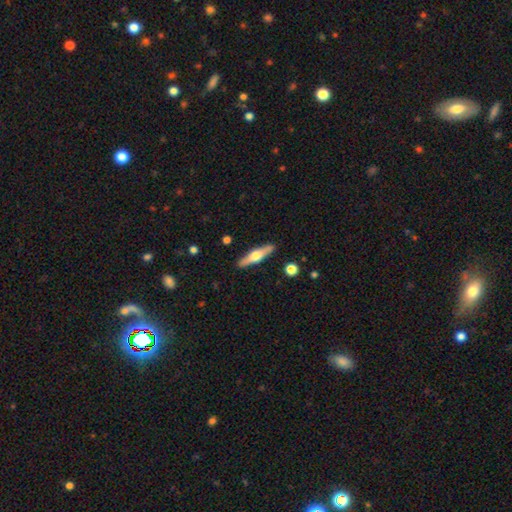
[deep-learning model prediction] Q: Smooth or featured?
A: featured or disk (63%); runner-up: smooth (32%)
Q: Edge-on disk?
A: yes (96%); runner-up: no (4%)
Q: Edge-on bulge?
A: rounded (93%); runner-up: boxy (5%)
Q: Merging?
A: none (89%); runner-up: minor disturbance (7%)